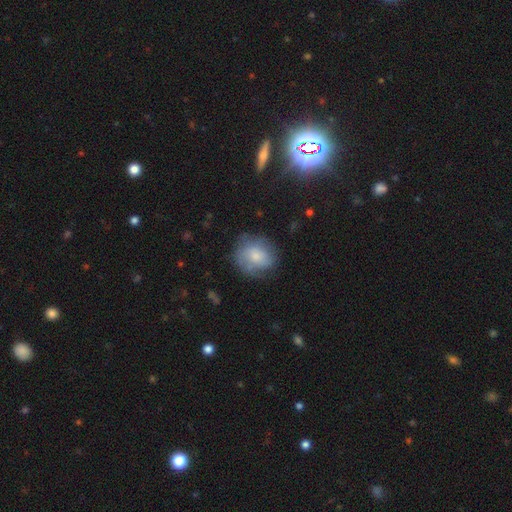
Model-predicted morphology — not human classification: This is likely a smooth galaxy (67%). How rounded: likely round (73%). Merging: likely none (64%).